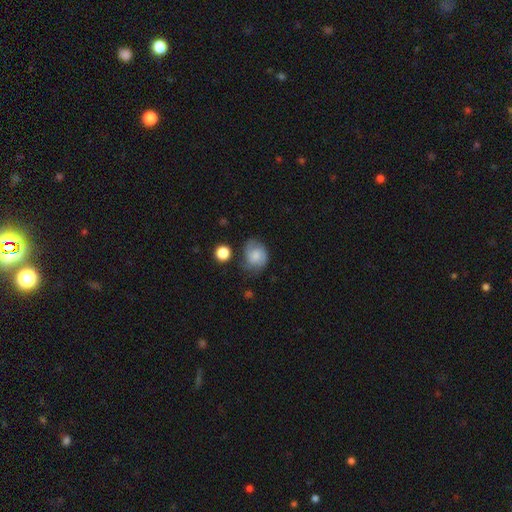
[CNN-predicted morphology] Smooth or featured?
  - smooth: 54% *
  - featured or disk: 37%
  - star or artifact: 9%
How rounded?
  - round: 53% *
  - in between: 46%
  - cigar-shaped: 1%
Merging?
  - none: 57% *
  - minor disturbance: 28%
  - major disturbance: 10%
  - merger: 4%